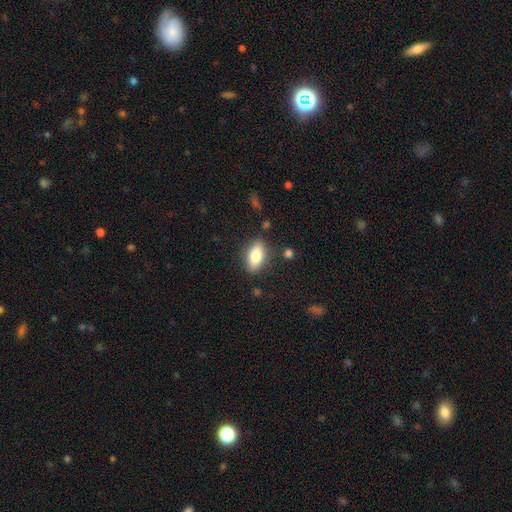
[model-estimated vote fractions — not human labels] Smooth or featured?
  - smooth: 78% *
  - featured or disk: 15%
  - star or artifact: 7%
How rounded?
  - in between: 85% *
  - cigar-shaped: 11%
  - round: 5%
Merging?
  - none: 83% *
  - minor disturbance: 11%
  - major disturbance: 3%
  - merger: 2%